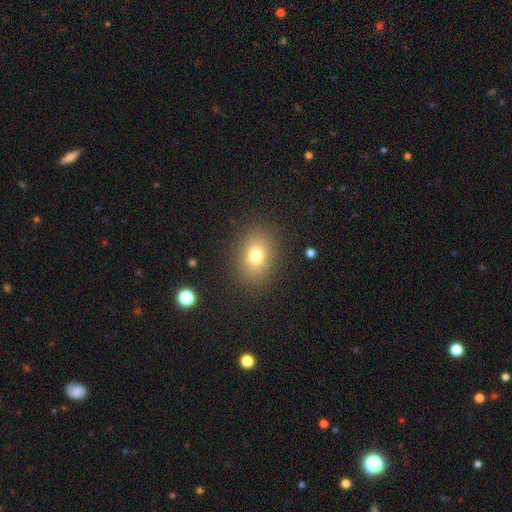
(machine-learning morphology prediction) Smooth or featured? Predicted: smooth (p=0.77). How rounded? Predicted: in between (p=0.63). Merging? Predicted: none (p=0.86).